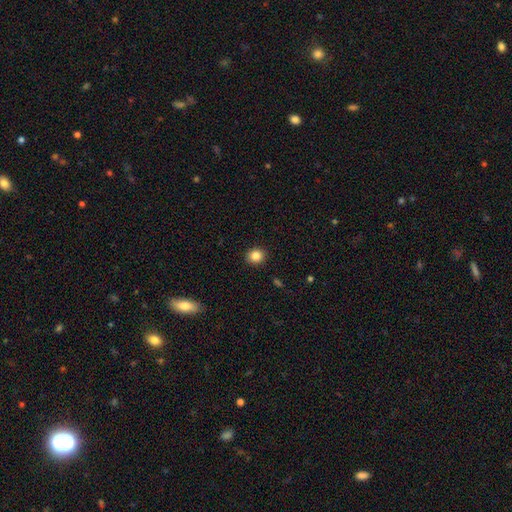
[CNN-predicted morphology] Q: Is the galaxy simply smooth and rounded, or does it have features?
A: smooth — 85%.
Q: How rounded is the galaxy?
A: round — 78%.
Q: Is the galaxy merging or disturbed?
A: none — 91%.